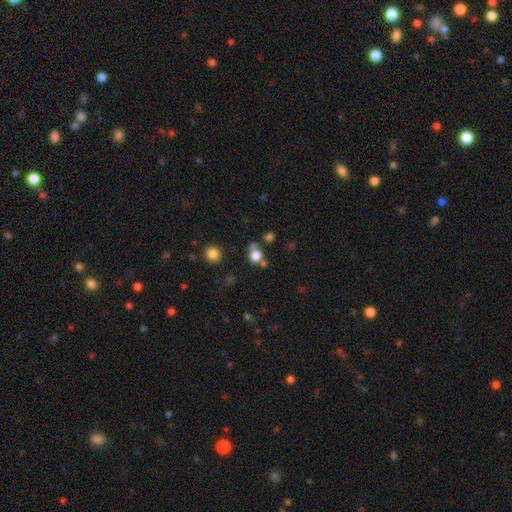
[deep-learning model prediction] Smooth or featured: smooth — 78% (star or artifact — 14%)
How rounded: round — 72% (in between — 27%)
Merging: none — 54% (merger — 23%)